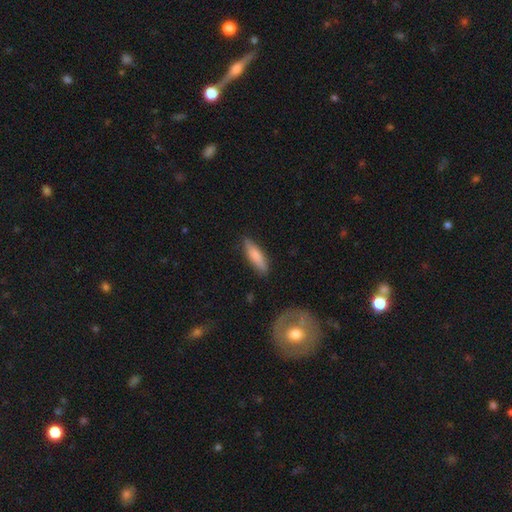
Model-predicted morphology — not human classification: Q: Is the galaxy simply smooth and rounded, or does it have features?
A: smooth — 79%.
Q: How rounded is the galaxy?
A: cigar-shaped — 65%.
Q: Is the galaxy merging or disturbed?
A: none — 84%.